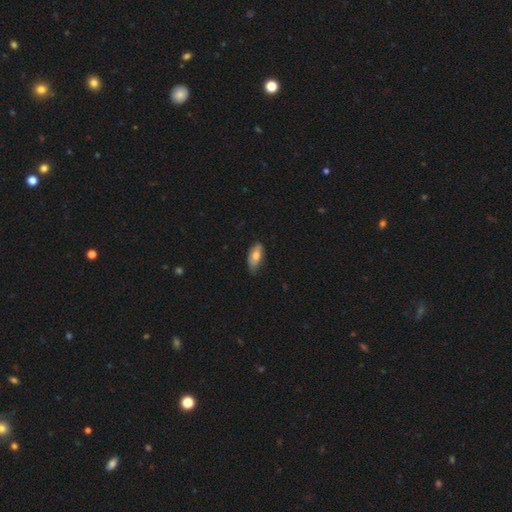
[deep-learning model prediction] Smooth or featured?
  - smooth: 72% *
  - featured or disk: 22%
  - star or artifact: 6%
How rounded?
  - in between: 88% *
  - cigar-shaped: 9%
  - round: 3%
Merging?
  - none: 67% *
  - minor disturbance: 28%
  - major disturbance: 4%
  - merger: 1%